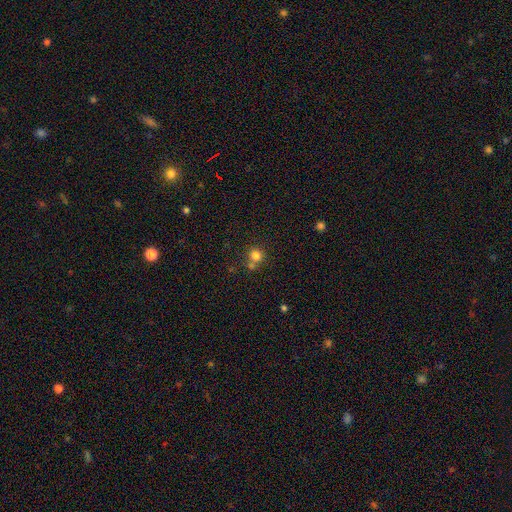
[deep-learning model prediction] smooth-or-featured: smooth: 78% | star or artifact: 14% | featured or disk: 7%
  how-rounded: round: 88% | in between: 11% | cigar-shaped: 1%
  merging: none: 59% | merger: 28% | minor disturbance: 9% | major disturbance: 3%